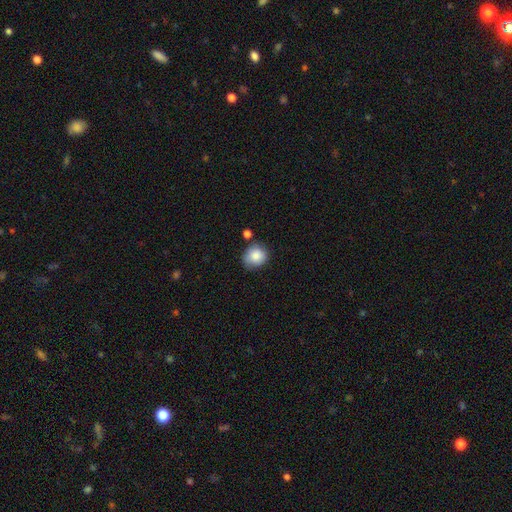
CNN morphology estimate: The model was most divided on "merging": none: 65%, minor disturbance: 22%, merger: 7%, major disturbance: 5%. More confident: smooth or featured — smooth (85%); how rounded — round (81%).